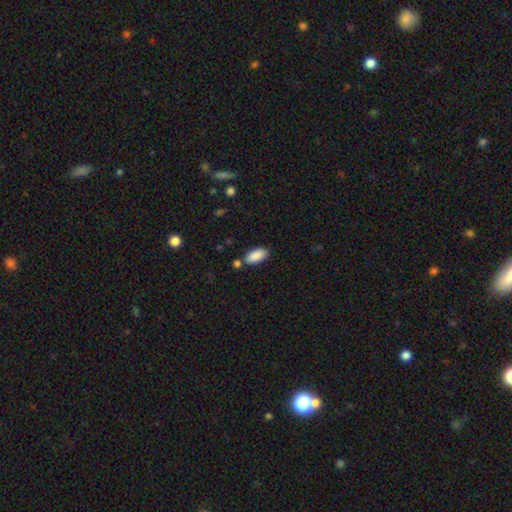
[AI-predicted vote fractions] A smooth galaxy with no disk features (89%) that is in between round and cigar-shaped (93%). Merging: none (76%).